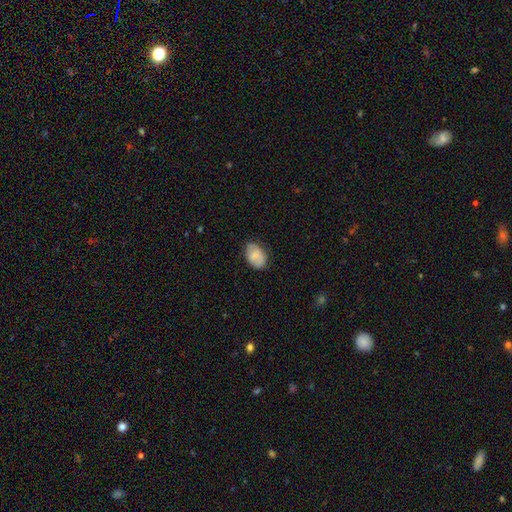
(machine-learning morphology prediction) type=smooth (76%); roundness=in between (84%); merging=none (69%).